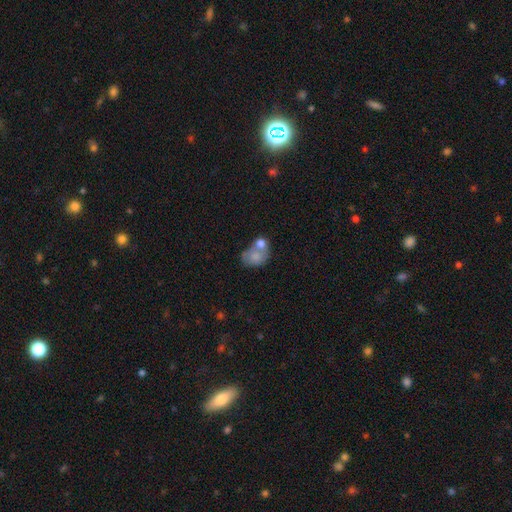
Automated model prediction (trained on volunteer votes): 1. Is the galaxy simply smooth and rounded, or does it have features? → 72% smooth, 19% featured or disk, 8% star or artifact.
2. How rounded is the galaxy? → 63% in between, 36% round, 1% cigar-shaped.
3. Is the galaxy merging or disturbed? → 50% merger, 27% none, 14% minor disturbance, 9% major disturbance.